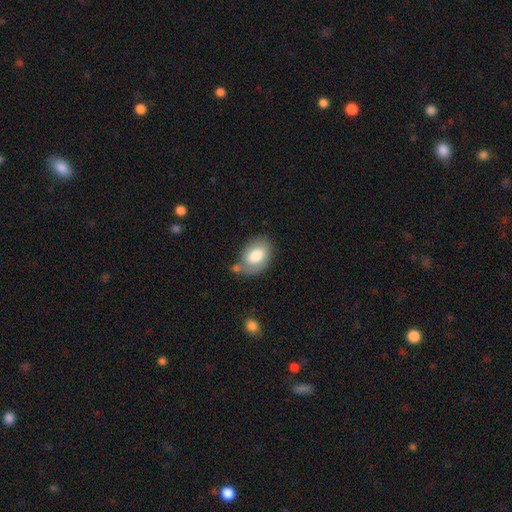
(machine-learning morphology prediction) Smooth or featured? smooth (77%)
How rounded? in between (84%)
Merging? none (59%)